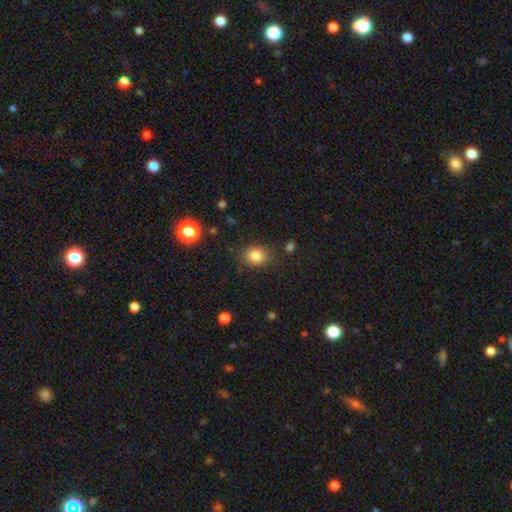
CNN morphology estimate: Smooth or featured: smooth — 83% (star or artifact — 11%)
How rounded: round — 67% (in between — 32%)
Merging: none — 82% (minor disturbance — 12%)